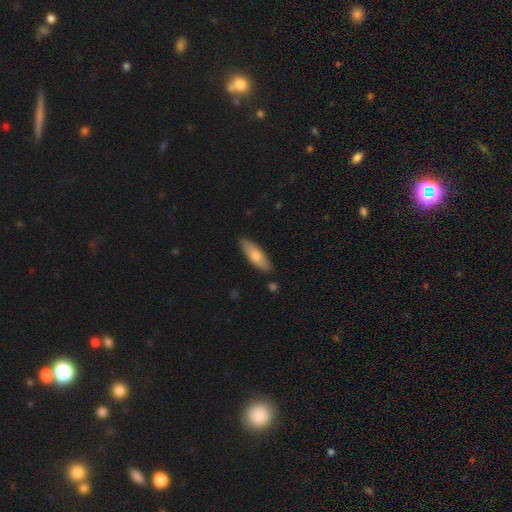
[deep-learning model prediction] This is likely a smooth galaxy (71%). How rounded: possibly in between (55%). Merging: clearly none (85%).